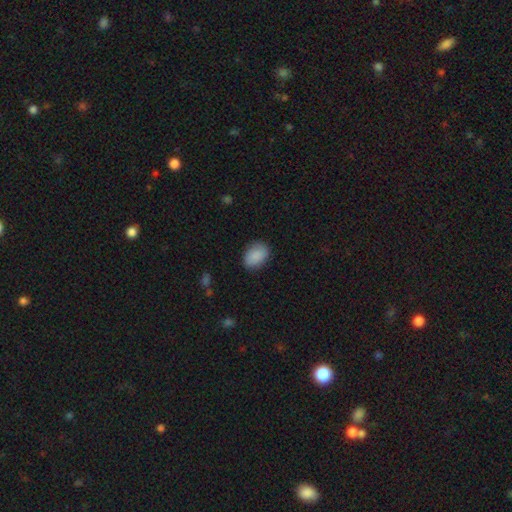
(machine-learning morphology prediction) A smooth galaxy with no disk features (88%) that is in between round and cigar-shaped (79%). Merging: none (82%).